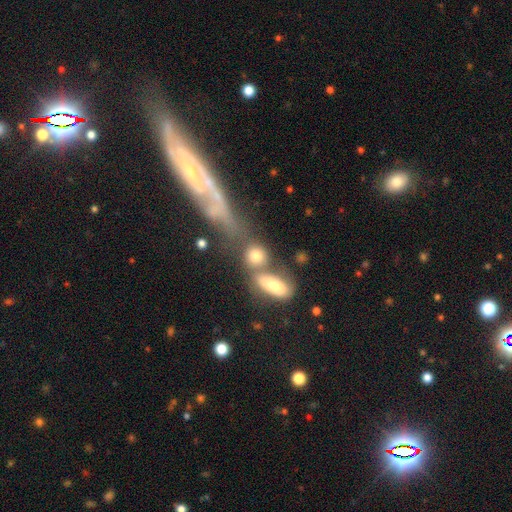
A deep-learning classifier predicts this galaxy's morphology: Smooth or featured? smooth (76%)
How rounded? round (56%)
Merging? merger (45%)